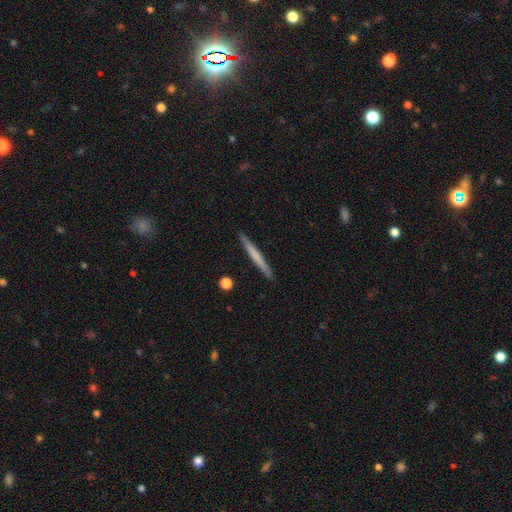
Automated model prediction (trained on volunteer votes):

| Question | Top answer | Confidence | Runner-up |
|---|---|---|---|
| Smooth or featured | smooth | 59% | featured or disk (36%) |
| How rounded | cigar-shaped | 97% | in between (2%) |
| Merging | none | 92% | minor disturbance (6%) |